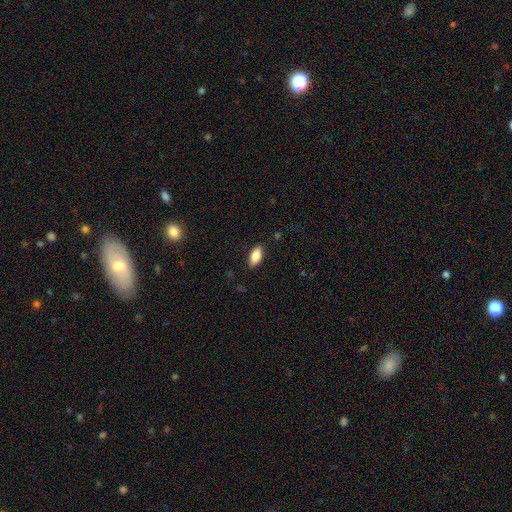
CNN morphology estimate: Overall: smooth (85%). How rounded: in between (88%). Merging: none (86%).